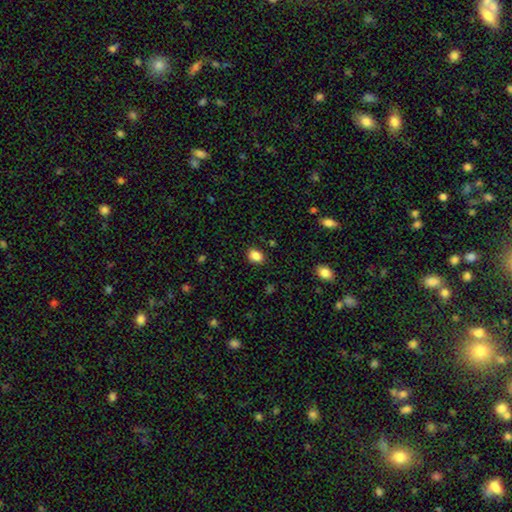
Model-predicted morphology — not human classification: A smooth galaxy with no disk features (87%) that is in between round and cigar-shaped (71%). Merging: none (86%).